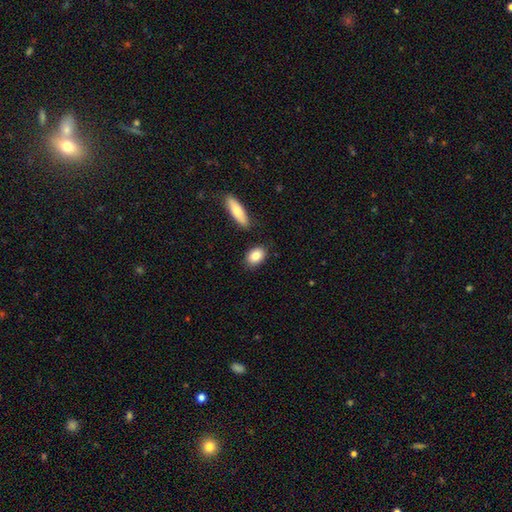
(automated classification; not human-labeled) Smooth or featured: smooth — 84% (featured or disk — 9%)
How rounded: in between — 81% (round — 16%)
Merging: none — 83% (minor disturbance — 10%)